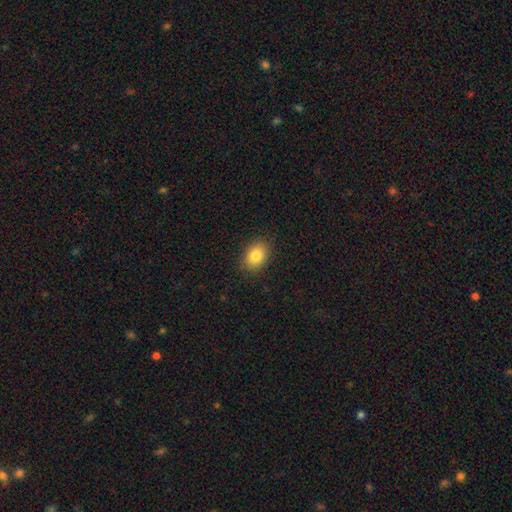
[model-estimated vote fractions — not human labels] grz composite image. It shows a smooth galaxy with no disk features (84%) that is in between round and cigar-shaped (73%). Merging: none (88%).